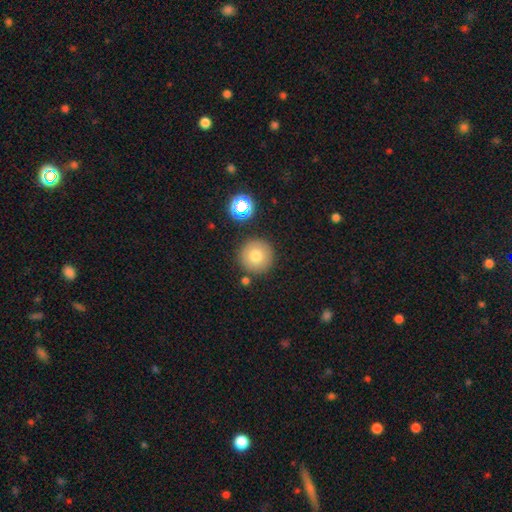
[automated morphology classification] Smooth or featured: smooth — 78% (star or artifact — 12%)
How rounded: round — 96% (in between — 3%)
Merging: none — 85% (minor disturbance — 8%)